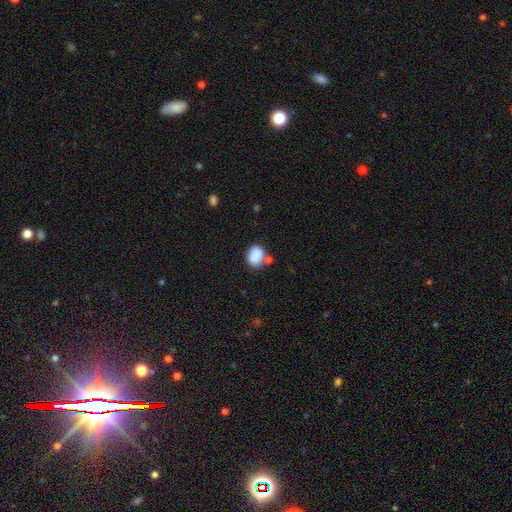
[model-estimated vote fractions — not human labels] This appears to be a smooth galaxy with no disk features (84%) that is round (50%). Merging: none (57%).